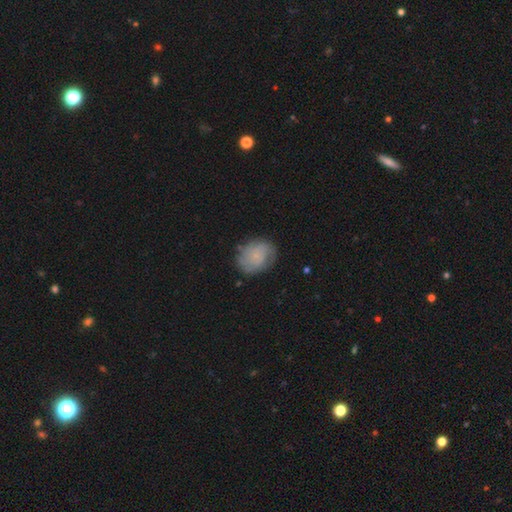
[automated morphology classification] Smooth or featured?
  - smooth: 50% *
  - featured or disk: 41%
  - star or artifact: 9%
How rounded?
  - round: 54% *
  - in between: 45%
  - cigar-shaped: 1%
Merging?
  - none: 74% *
  - minor disturbance: 19%
  - major disturbance: 6%
  - merger: 1%